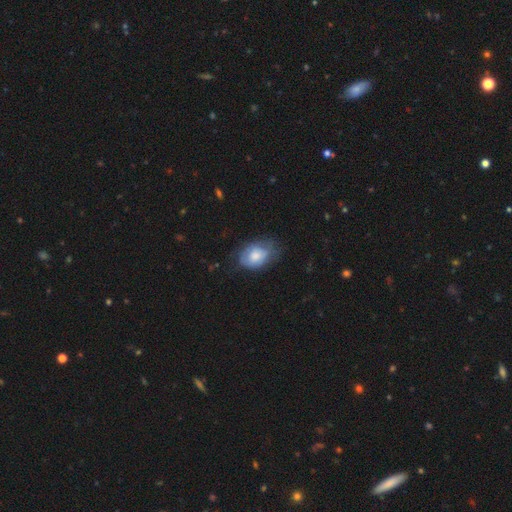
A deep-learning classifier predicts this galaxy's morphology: This appears to be a smooth galaxy with no disk features (62%) that is in between round and cigar-shaped (79%). Merging: none (49%).